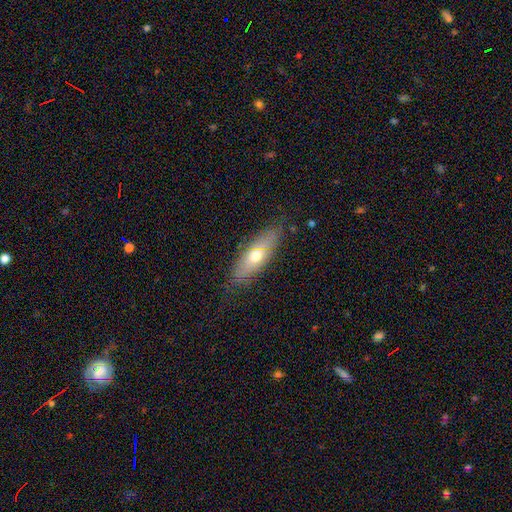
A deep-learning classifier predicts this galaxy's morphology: Q: Smooth or featured?
A: smooth (58%); runner-up: featured or disk (35%)
Q: How rounded?
A: in between (55%); runner-up: cigar-shaped (42%)
Q: Merging?
A: none (80%); runner-up: minor disturbance (15%)